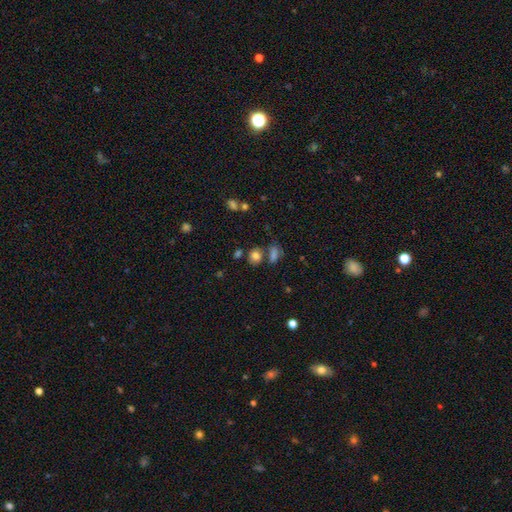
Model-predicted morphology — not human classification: A smooth galaxy with no disk features (79%) that is round (58%). Merging: none (64%).